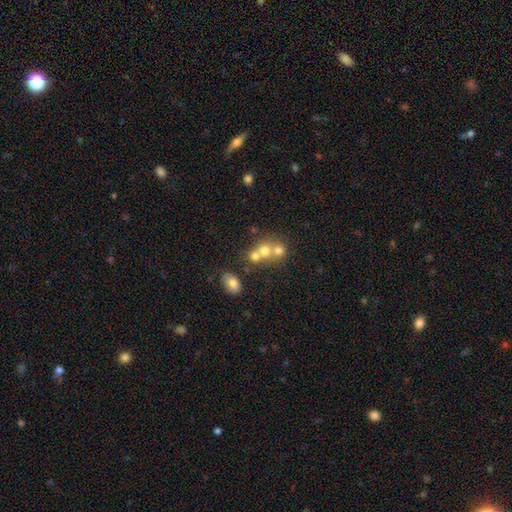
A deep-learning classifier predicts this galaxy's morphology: A smooth galaxy with no disk features (54%) that is round (62%).

Vote fractions:
- Smooth or featured? smooth: 54% / star or artifact: 26% / featured or disk: 20%
- How rounded? round: 62% / in between: 35% / cigar-shaped: 3%
- Merging? merger: 51% / none: 37% / minor disturbance: 7% / major disturbance: 5%